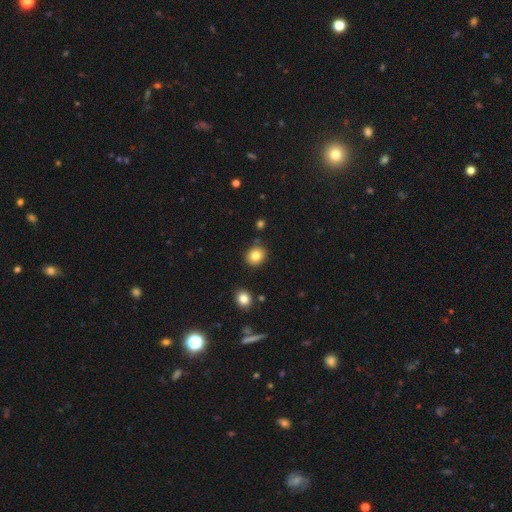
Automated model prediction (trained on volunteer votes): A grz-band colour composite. It shows a smooth galaxy with no disk features (83%) that is round (76%). Merging: none (85%).